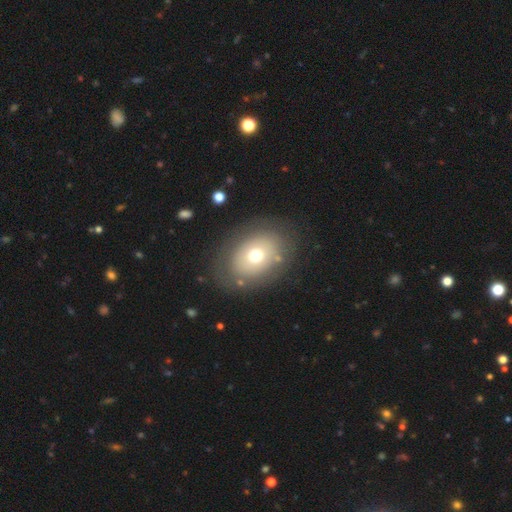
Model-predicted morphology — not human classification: Smooth or featured? Predicted: smooth (p=0.62). How rounded? Predicted: in between (p=0.66). Merging? Predicted: none (p=0.79).